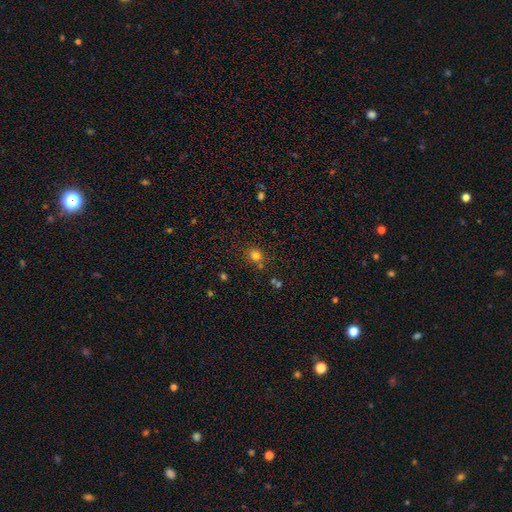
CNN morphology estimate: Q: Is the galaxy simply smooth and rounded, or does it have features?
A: smooth — 76%.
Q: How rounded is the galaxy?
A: round — 77%.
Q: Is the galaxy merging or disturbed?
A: none — 74%.